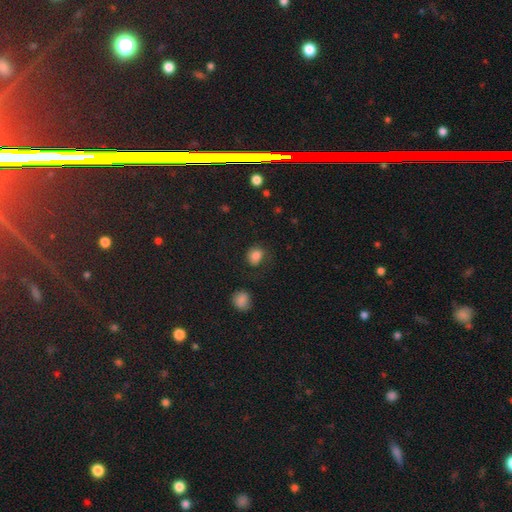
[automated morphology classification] A smooth galaxy with no disk features (82%) that is round (58%).

Vote fractions:
- Smooth or featured? smooth: 82% / star or artifact: 12% / featured or disk: 6%
- How rounded? round: 58% / in between: 41% / cigar-shaped: 1%
- Merging? none: 60% / minor disturbance: 21% / major disturbance: 14% / merger: 4%